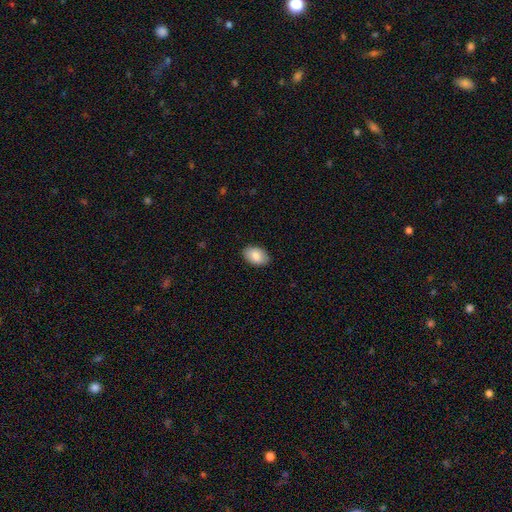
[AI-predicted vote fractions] This is clearly a smooth galaxy (85%). How rounded: clearly in between (90%). Merging: clearly none (88%).